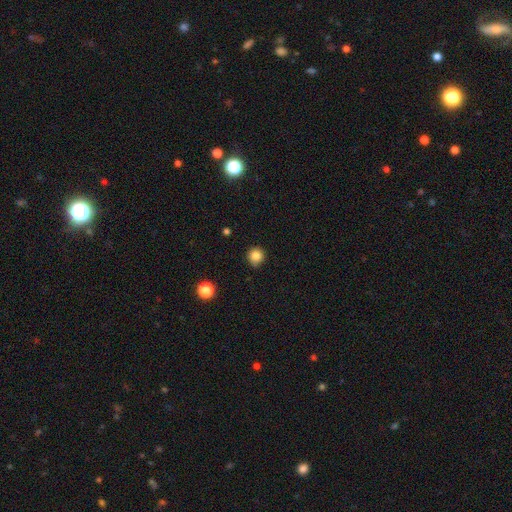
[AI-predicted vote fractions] The model was most divided on "smooth or featured": smooth: 84%, star or artifact: 12%, featured or disk: 5%. More confident: how rounded — round (93%); merging — none (85%).